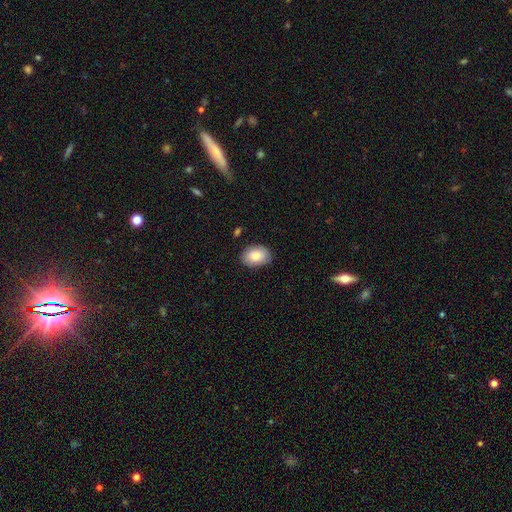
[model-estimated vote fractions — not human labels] Smooth or featured?
  - smooth: 81% *
  - featured or disk: 12%
  - star or artifact: 7%
How rounded?
  - in between: 82% *
  - round: 17%
  - cigar-shaped: 1%
Merging?
  - none: 84% *
  - minor disturbance: 13%
  - major disturbance: 2%
  - merger: 1%